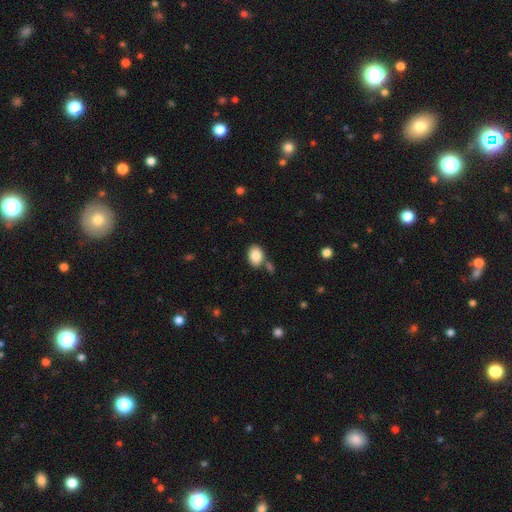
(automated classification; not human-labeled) smooth 86%, star or artifact 8%, featured or disk 6%. Down the decision tree: how rounded — in between (79%); merging — none (72%).